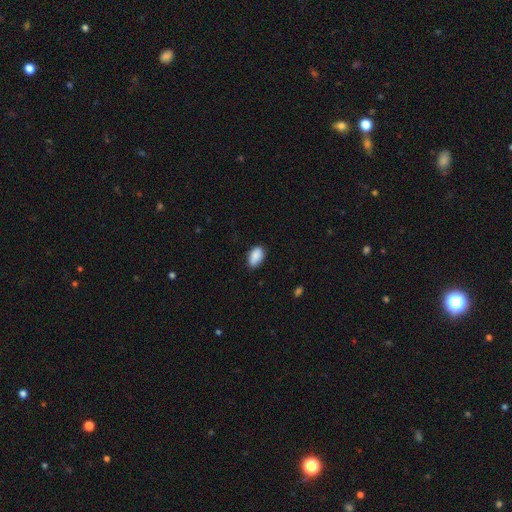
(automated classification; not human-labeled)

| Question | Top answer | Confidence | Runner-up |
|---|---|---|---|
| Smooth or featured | smooth | 87% | star or artifact (7%) |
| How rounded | in between | 92% | round (6%) |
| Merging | none | 74% | minor disturbance (22%) |